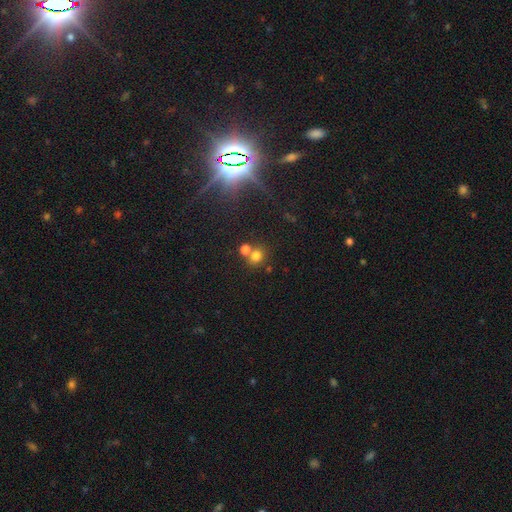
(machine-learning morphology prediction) Overall: smooth (75%). How rounded: round (75%). Merging: none (54%; merger 34%).